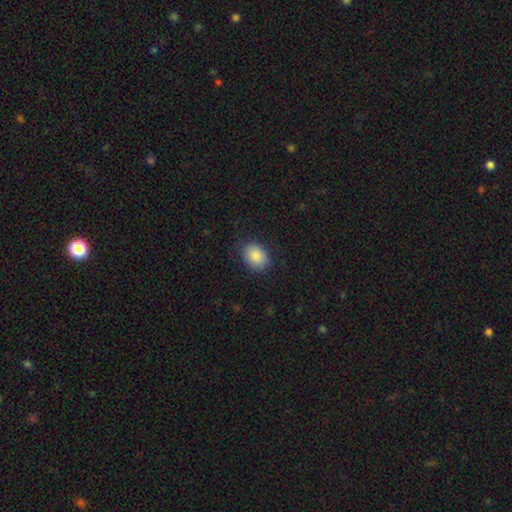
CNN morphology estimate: Smooth or featured?
  - smooth: 89% *
  - star or artifact: 8%
  - featured or disk: 4%
How rounded?
  - in between: 62% *
  - round: 38%
  - cigar-shaped: 1%
Merging?
  - none: 85% *
  - minor disturbance: 11%
  - major disturbance: 3%
  - merger: 1%